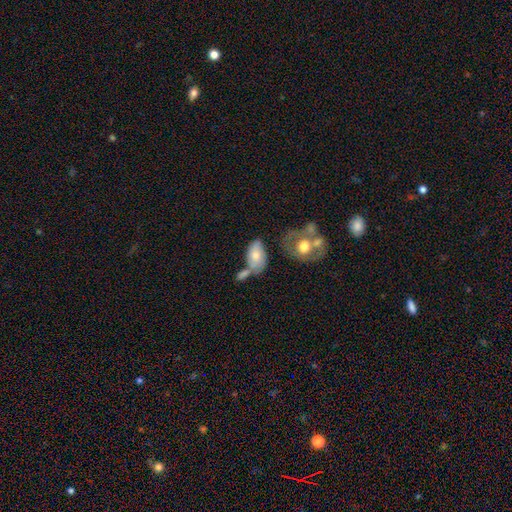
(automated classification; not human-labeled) Smooth or featured?
  - smooth: 66% *
  - featured or disk: 27%
  - star or artifact: 7%
How rounded?
  - in between: 90% *
  - round: 7%
  - cigar-shaped: 3%
Merging?
  - merger: 36% * (tied)
  - none: 36% * (tied)
  - minor disturbance: 19%
  - major disturbance: 10%